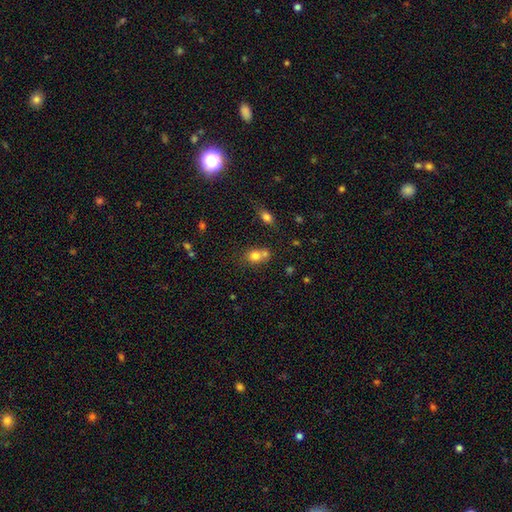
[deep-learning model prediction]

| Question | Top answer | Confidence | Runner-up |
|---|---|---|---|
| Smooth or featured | smooth | 76% | star or artifact (12%) |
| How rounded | round | 60% | in between (38%) |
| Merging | merger | 48% | none (37%) |